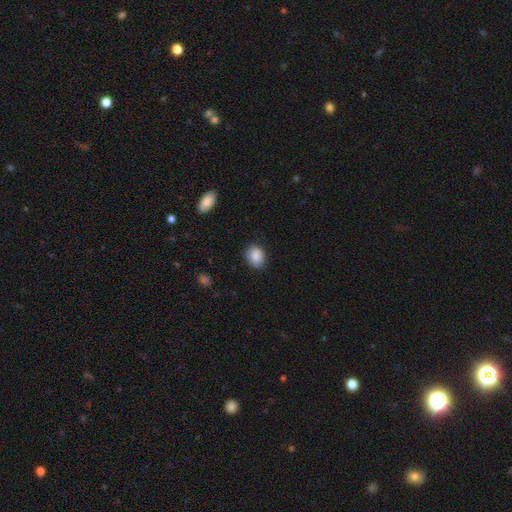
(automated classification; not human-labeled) Smooth or featured?
  - smooth: 88% *
  - star or artifact: 8%
  - featured or disk: 4%
How rounded?
  - in between: 54% *
  - round: 45%
  - cigar-shaped: 1%
Merging?
  - none: 83% *
  - minor disturbance: 13%
  - major disturbance: 3%
  - merger: 1%